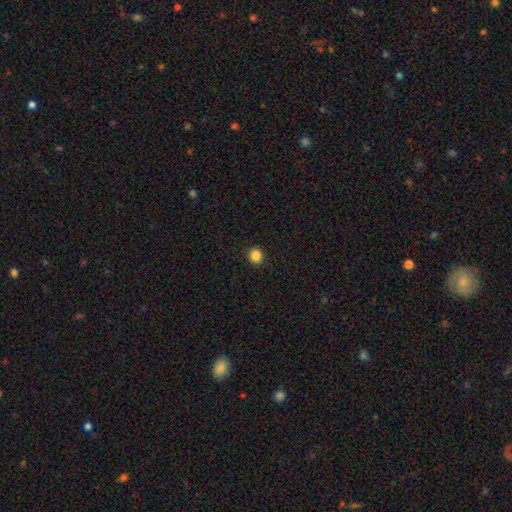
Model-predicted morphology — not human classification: A smooth galaxy with no disk features (86%) that is round (86%). Merging: none (92%).